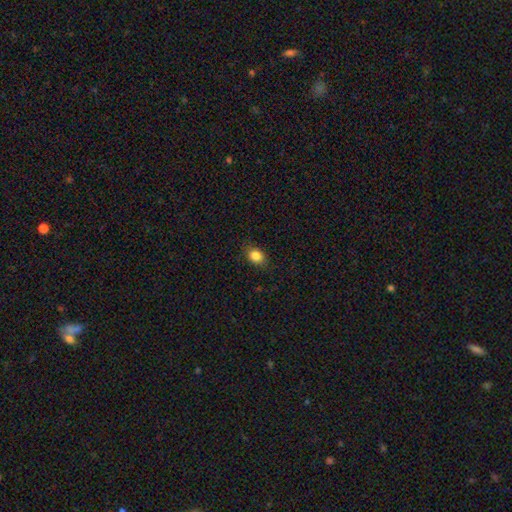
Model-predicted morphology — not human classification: smooth 84%, star or artifact 10%, featured or disk 6%. Down the decision tree: how rounded — in between (59%); merging — none (85%).